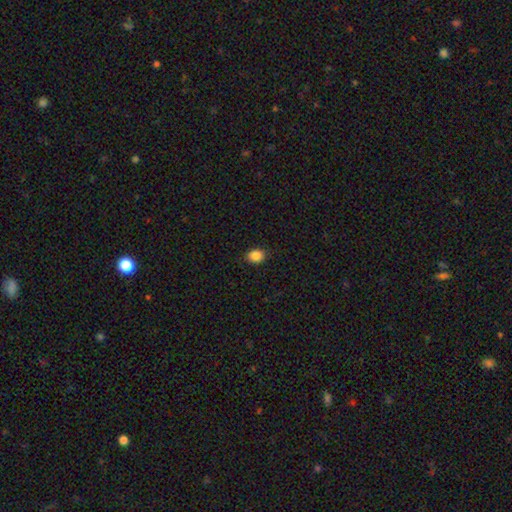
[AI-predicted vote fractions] A smooth galaxy with no disk features (87%) that is in between round and cigar-shaped (50%). Merging: none (87%).